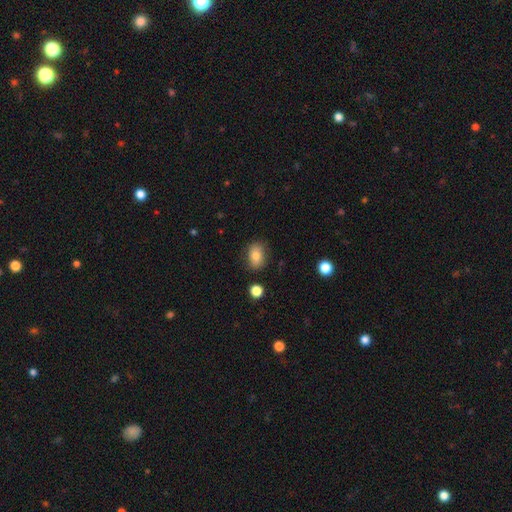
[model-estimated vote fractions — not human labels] A smooth galaxy with no disk features (80%) that is in between round and cigar-shaped (75%). Merging: none (82%).